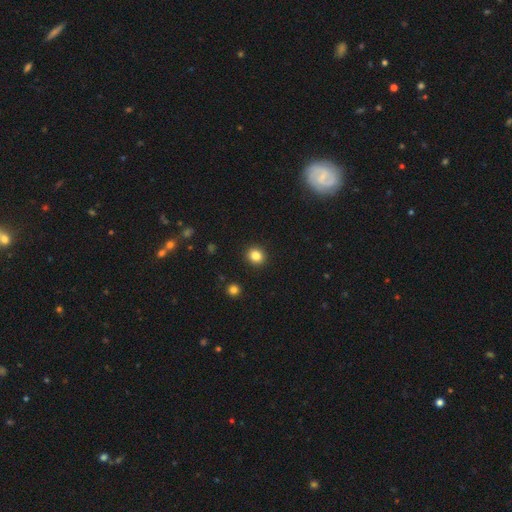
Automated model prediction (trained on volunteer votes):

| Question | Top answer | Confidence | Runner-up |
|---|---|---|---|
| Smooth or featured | smooth | 84% | star or artifact (11%) |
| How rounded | round | 82% | in between (17%) |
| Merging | none | 92% | minor disturbance (5%) |